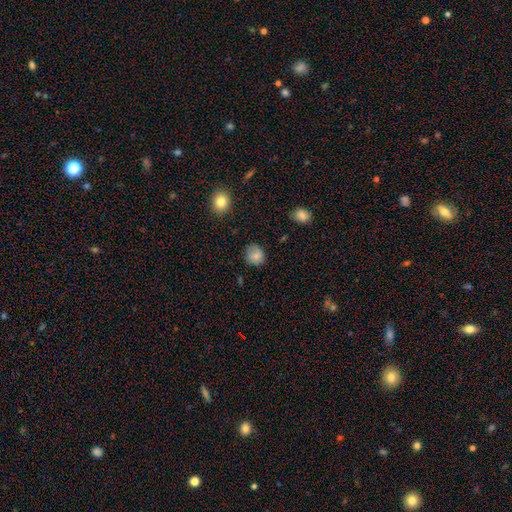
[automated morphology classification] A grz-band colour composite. It shows a smooth galaxy with no disk features (80%) that is round (79%). Merging: none (74%).